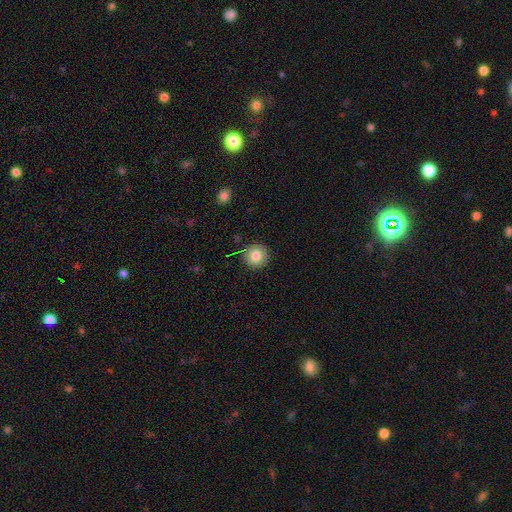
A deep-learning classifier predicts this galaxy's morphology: The model was most divided on "smooth or featured": smooth: 82%, star or artifact: 9%, featured or disk: 9%. More confident: how rounded — round (94%); merging — none (87%).